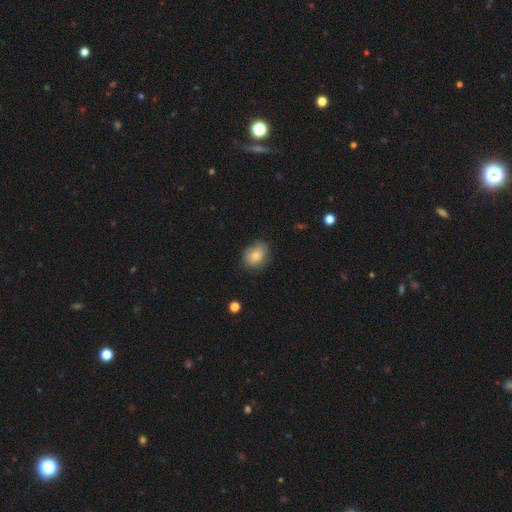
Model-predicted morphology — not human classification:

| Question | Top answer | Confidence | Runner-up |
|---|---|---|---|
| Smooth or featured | smooth | 78% | featured or disk (14%) |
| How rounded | in between | 64% | round (34%) |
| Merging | none | 77% | minor disturbance (18%) |